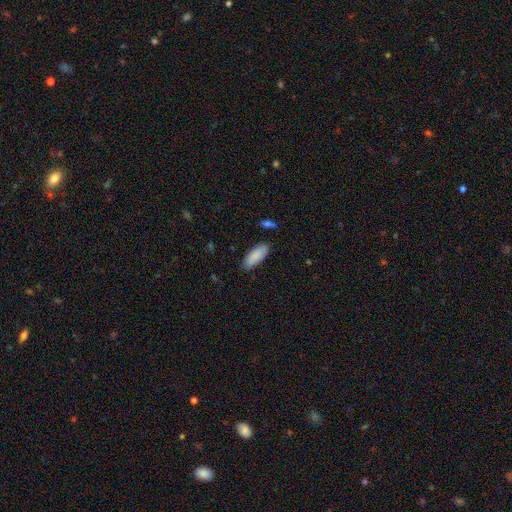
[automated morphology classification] Smooth or featured?
  - smooth: 87% *
  - featured or disk: 7%
  - star or artifact: 6%
How rounded?
  - in between: 77% *
  - cigar-shaped: 21%
  - round: 1%
Merging?
  - none: 84% *
  - minor disturbance: 12%
  - major disturbance: 2%
  - merger: 2%